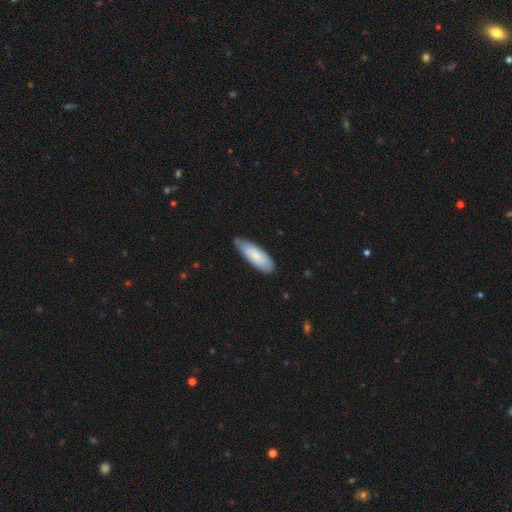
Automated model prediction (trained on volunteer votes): Morphology: type=smooth (82%); roundness=in between (59%); merging=none (71%).